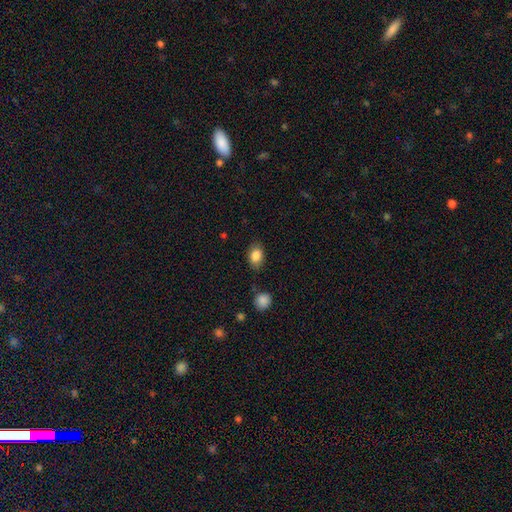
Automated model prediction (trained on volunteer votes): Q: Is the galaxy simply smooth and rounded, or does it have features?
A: smooth — 85%.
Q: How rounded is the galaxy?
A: in between — 80%.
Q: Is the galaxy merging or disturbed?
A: none — 78%.